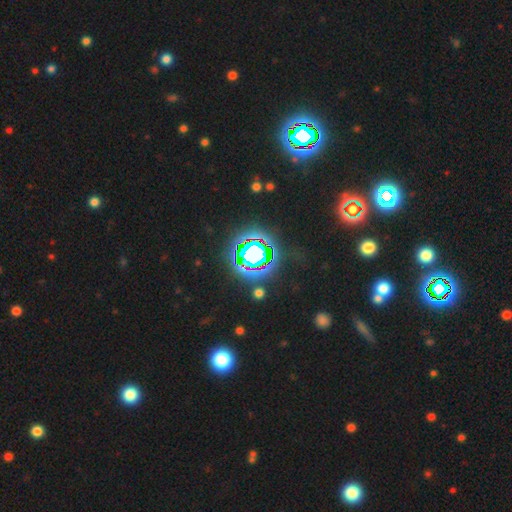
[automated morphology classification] Smooth or featured? Predicted: star or artifact (p=0.77).